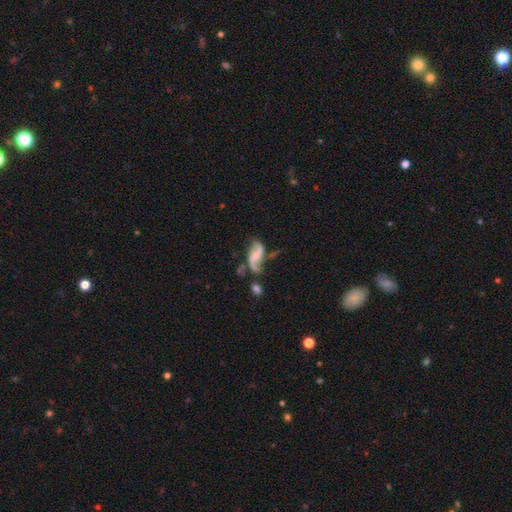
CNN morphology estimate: This is likely a featured or disk galaxy (75%). It is clearly not viewed edge-on (96%). Bar: possibly no (47%). Spiral arm pattern: clearly yes (89%). Spiral arm count: clearly 2 (89%). Spiral winding: likely loose (78%). Central bulge: possibly small (45%). Merging: marginally none (42%).